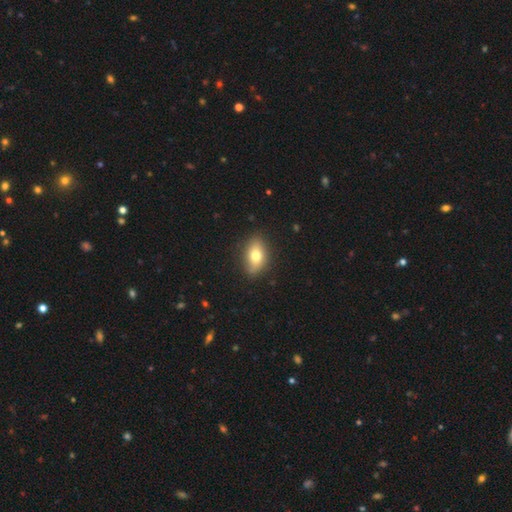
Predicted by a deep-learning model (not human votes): Overall: smooth (73%). How rounded: in between (85%). Merging: none (82%).